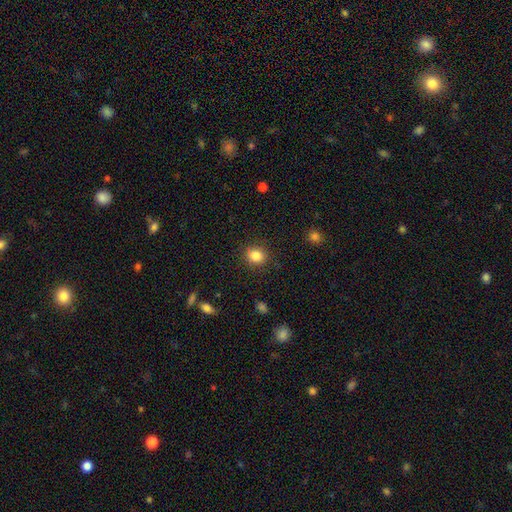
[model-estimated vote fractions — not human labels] The model was most divided on "how rounded": round: 73%, in between: 26%, cigar-shaped: 1%. More confident: merging — none (87%); smooth or featured — smooth (85%).